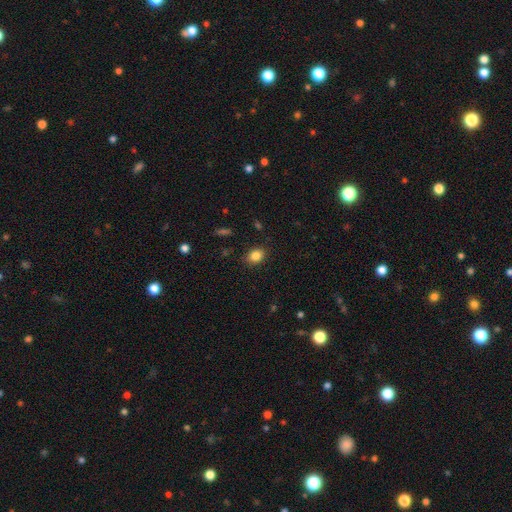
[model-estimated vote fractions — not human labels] A smooth galaxy with no disk features (84%) that is in between round and cigar-shaped (55%).

Vote fractions:
- Smooth or featured? smooth: 84% / star or artifact: 10% / featured or disk: 6%
- How rounded? in between: 55% / round: 44% / cigar-shaped: 1%
- Merging? none: 86% / minor disturbance: 10% / major disturbance: 3% / merger: 1%